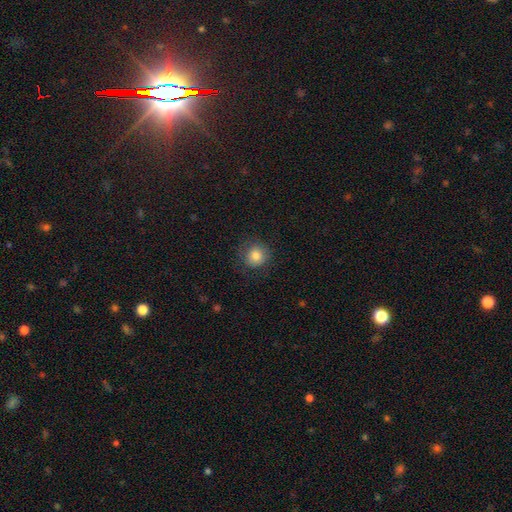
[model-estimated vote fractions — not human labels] smooth 83%, star or artifact 10%, featured or disk 8%. Down the decision tree: how rounded — round (89%); merging — none (80%).